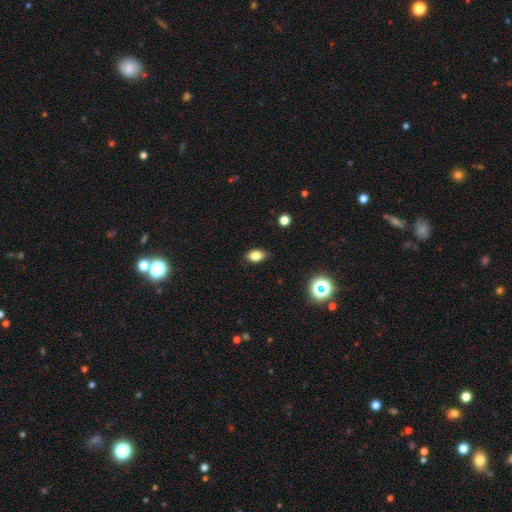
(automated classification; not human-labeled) Overall: smooth (82%). How rounded: in between (85%). Merging: none (86%).